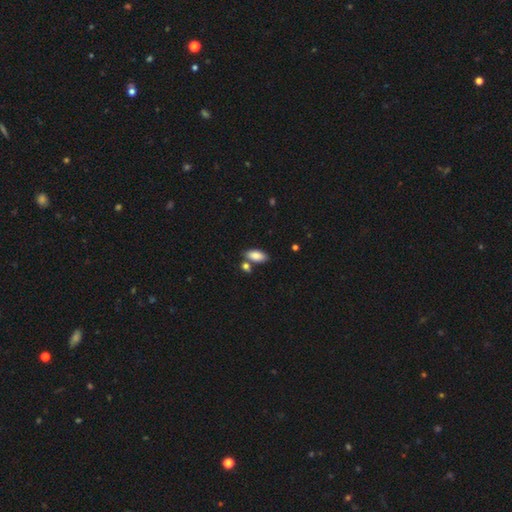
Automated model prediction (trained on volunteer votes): Smooth or featured? smooth (86%)
How rounded? in between (89%)
Merging? none (69%)